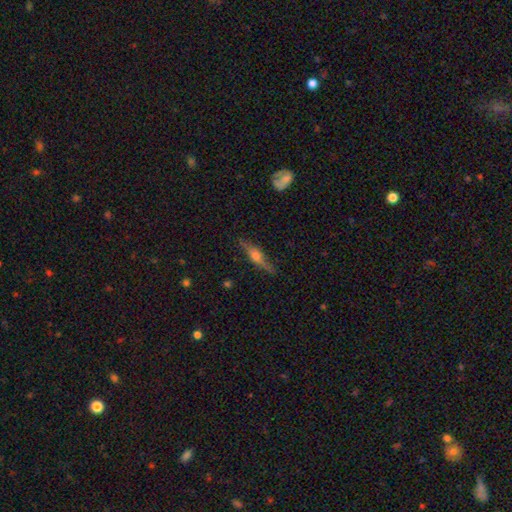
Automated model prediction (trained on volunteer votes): The model was most divided on "smooth or featured": featured or disk: 69%, smooth: 24%, star or artifact: 7%. More confident: edge-on disk — yes (94%); edge-on bulge — rounded (87%); merging — none (79%).